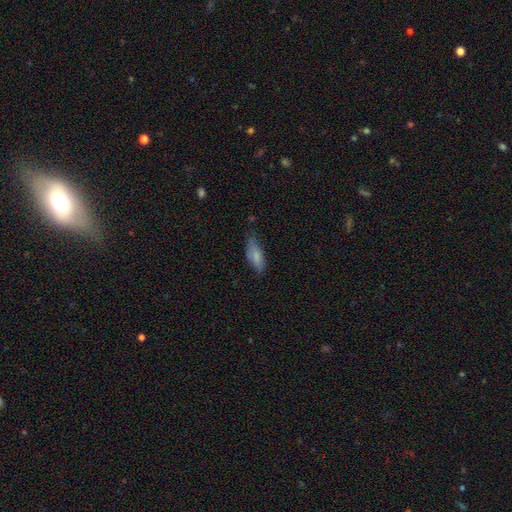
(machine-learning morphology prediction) The model was most divided on "merging": none: 55%, minor disturbance: 34%, major disturbance: 8%, merger: 3%. More confident: smooth or featured — smooth (78%); how rounded — in between (73%).